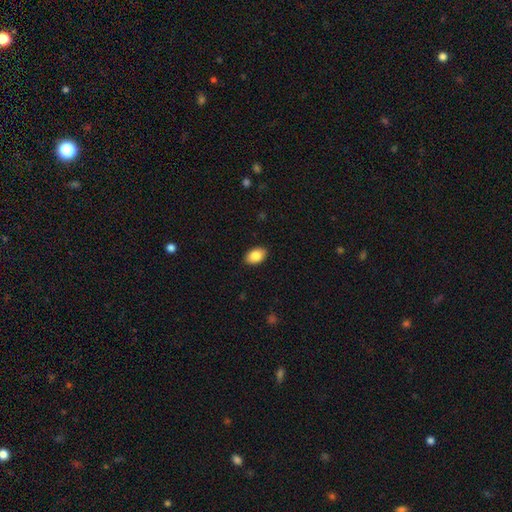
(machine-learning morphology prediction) A smooth galaxy with no disk features (85%) that is in between round and cigar-shaped (88%).

Vote fractions:
- Smooth or featured? smooth: 85% / featured or disk: 8% / star or artifact: 7%
- How rounded? in between: 88% / round: 11% / cigar-shaped: 1%
- Merging? none: 89% / minor disturbance: 8% / major disturbance: 2% / merger: 1%